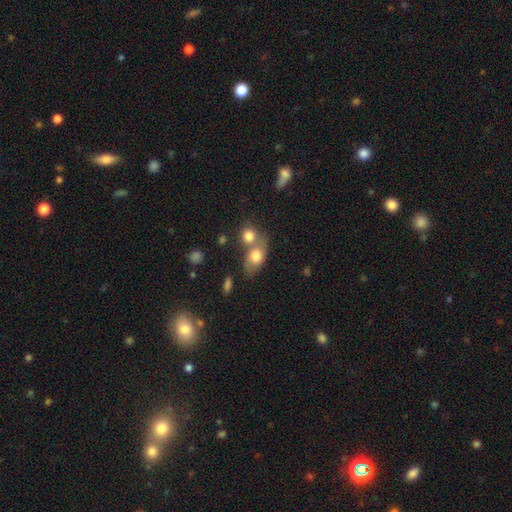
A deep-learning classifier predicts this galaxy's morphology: The model was most divided on "merging": merger: 48%, none: 35%, minor disturbance: 12%, major disturbance: 5%. More confident: smooth or featured — smooth (77%); how rounded — in between (69%).